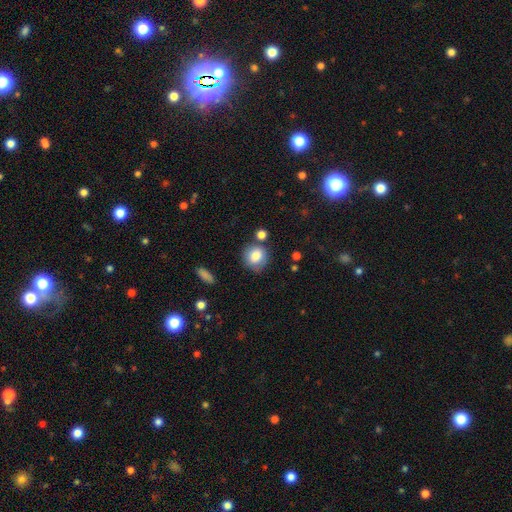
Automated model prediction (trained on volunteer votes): This appears to be a smooth galaxy with no disk features (81%) that is round (86%). Merging: none (74%).